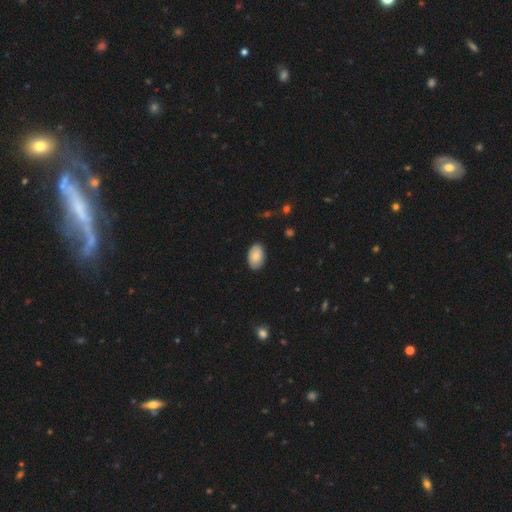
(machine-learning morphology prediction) This is clearly a smooth galaxy (85%). How rounded: clearly in between (92%). Merging: clearly none (88%).